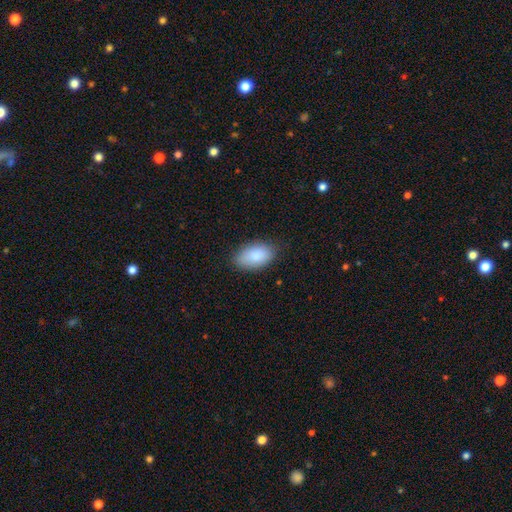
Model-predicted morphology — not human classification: Smooth or featured?
  - smooth: 87% *
  - featured or disk: 6%
  - star or artifact: 6%
How rounded?
  - in between: 94% *
  - round: 4%
  - cigar-shaped: 2%
Merging?
  - none: 82% *
  - minor disturbance: 14%
  - major disturbance: 3%
  - merger: 1%